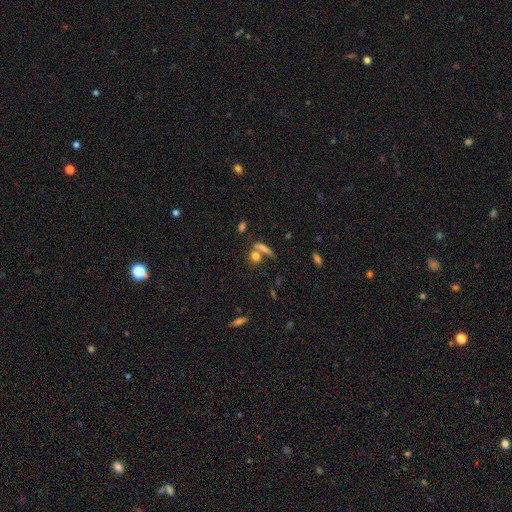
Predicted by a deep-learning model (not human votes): smooth 71%, featured or disk 16%, star or artifact 13%. Down the decision tree: how rounded — round (44%); merging — none (49%).